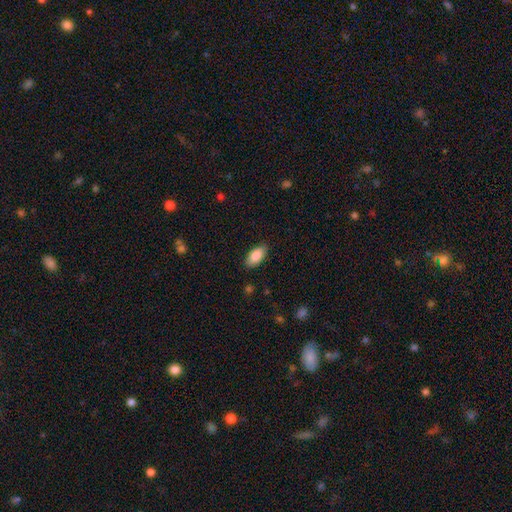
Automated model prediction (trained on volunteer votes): The model was most divided on "merging": none: 86%, minor disturbance: 10%, major disturbance: 2%, merger: 1%. More confident: how rounded — in between (90%); smooth or featured — smooth (86%).